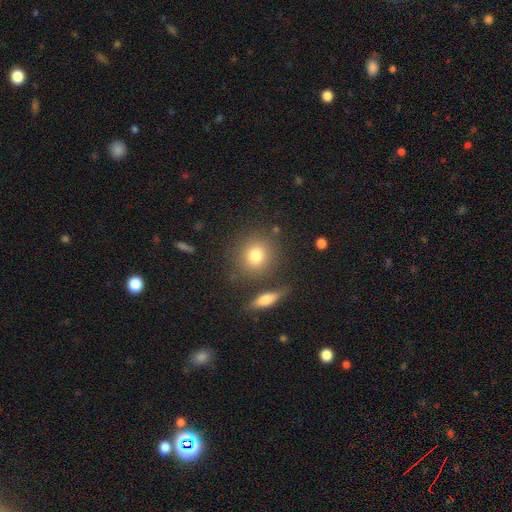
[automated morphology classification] Smooth or featured? Predicted: smooth (p=0.79). How rounded? Predicted: round (p=0.80). Merging? Predicted: none (p=0.77).